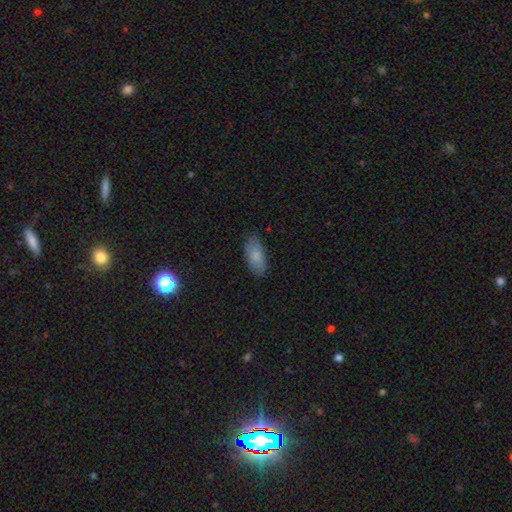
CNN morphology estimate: This is clearly a smooth galaxy (83%). How rounded: clearly in between (87%). Merging: clearly none (84%).